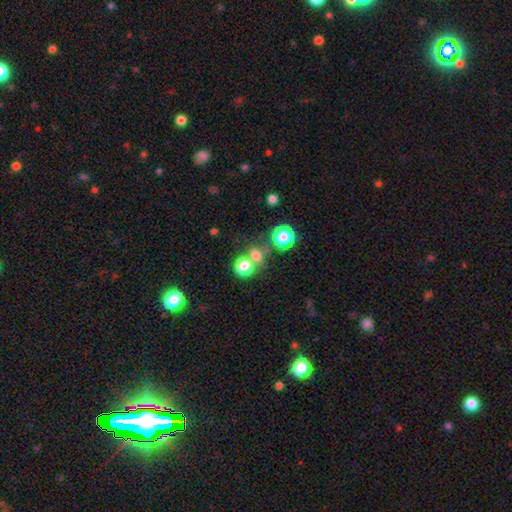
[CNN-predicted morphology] Overall: smooth (71%). How rounded: round (80%). Merging: none (58%; merger 31%).